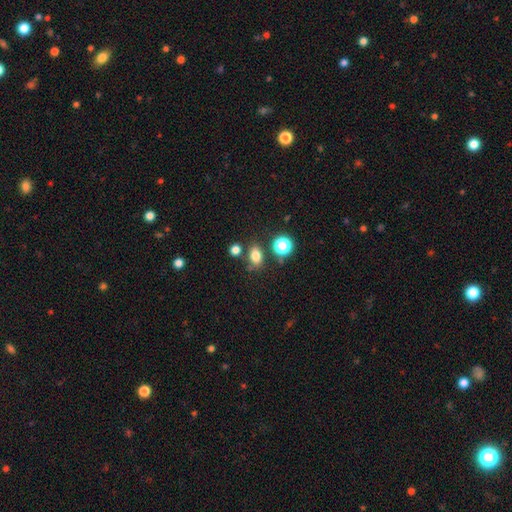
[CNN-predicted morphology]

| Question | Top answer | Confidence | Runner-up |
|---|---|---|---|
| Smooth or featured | smooth | 78% | star or artifact (15%) |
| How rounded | in between | 73% | round (25%) |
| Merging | none | 74% | minor disturbance (13%) |